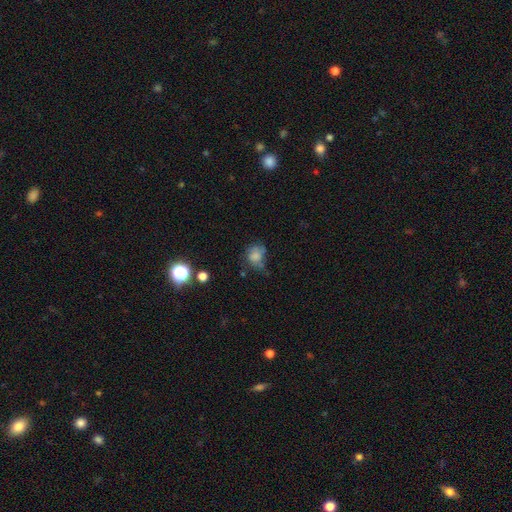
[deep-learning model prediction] smooth_or_featured: smooth (p=0.65) [alt: featured or disk p=0.21]
how_rounded: round (p=0.58) [alt: in between p=0.41]
merging: none (p=0.38) [alt: minor disturbance p=0.32]